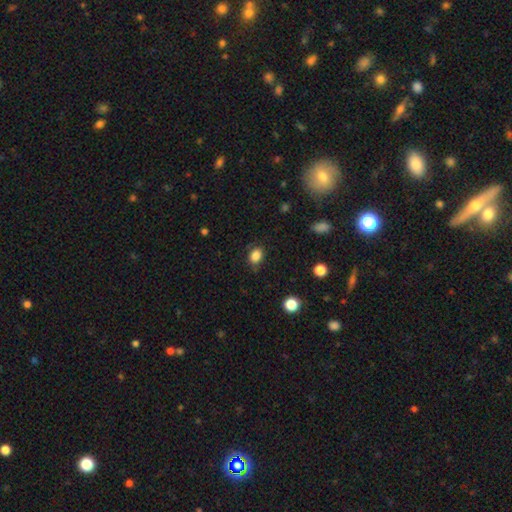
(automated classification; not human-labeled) Q: Smooth or featured?
A: smooth (85%); runner-up: star or artifact (10%)
Q: How rounded?
A: in between (60%); runner-up: round (38%)
Q: Merging?
A: none (79%); runner-up: minor disturbance (16%)